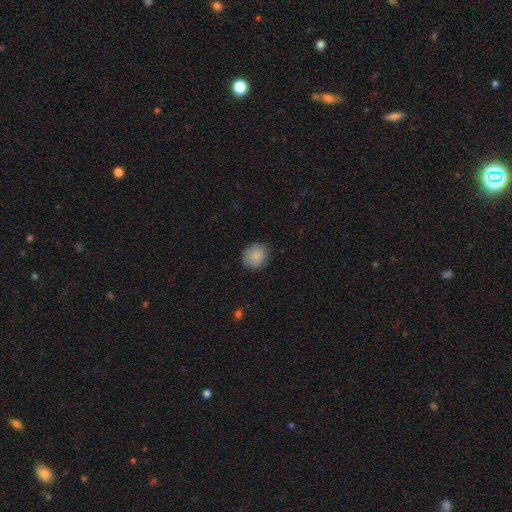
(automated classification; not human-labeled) This appears to be a smooth galaxy with no disk features (86%) that is round (68%). Merging: none (81%).